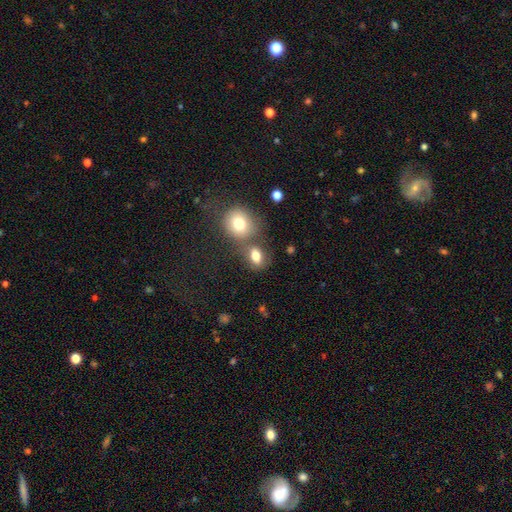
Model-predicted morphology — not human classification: This appears to be a smooth galaxy with no disk features (79%) that is in between round and cigar-shaped (68%). Merging: none (54%).